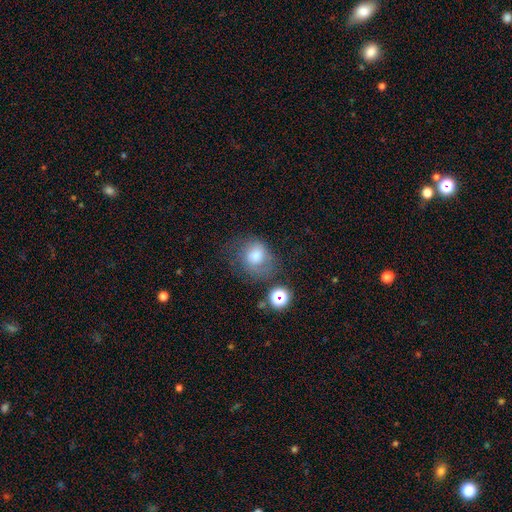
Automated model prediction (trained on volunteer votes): Smooth or featured? smooth (65%)
How rounded? round (67%)
Merging? none (47%)